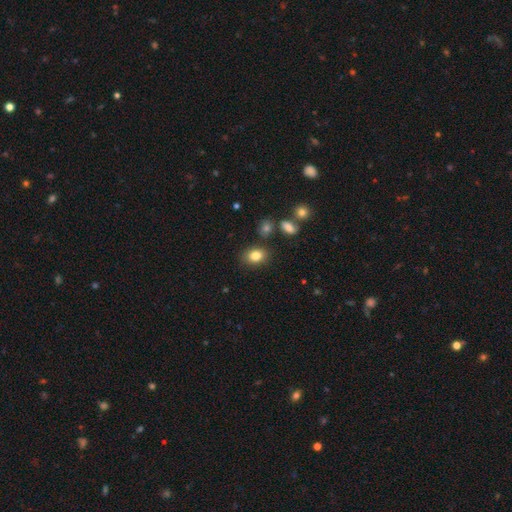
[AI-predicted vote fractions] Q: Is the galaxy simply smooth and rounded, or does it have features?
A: smooth — 82%.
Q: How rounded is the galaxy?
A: in between — 67%.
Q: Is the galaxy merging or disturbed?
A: none — 82%.